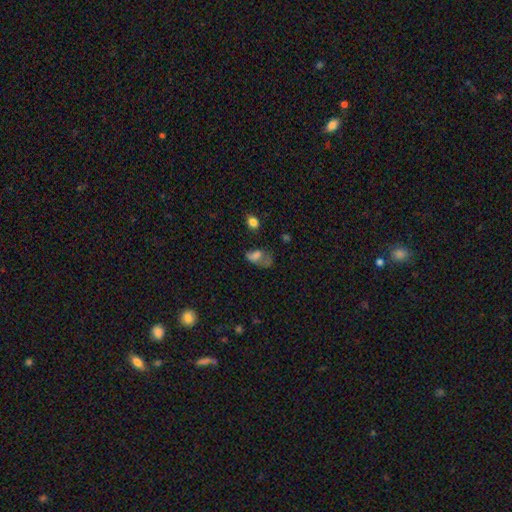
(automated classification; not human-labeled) smooth_or_featured: smooth (p=0.62) [alt: featured or disk p=0.24]
how_rounded: in between (p=0.83) [alt: round p=0.14]
merging: major disturbance (p=0.41) [alt: none p=0.25]